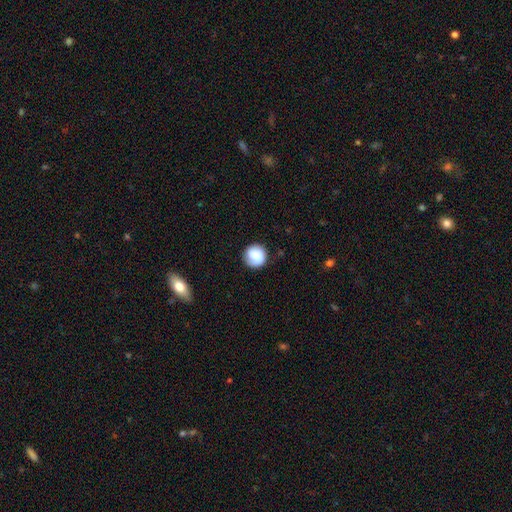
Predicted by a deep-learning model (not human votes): Morphology: type=smooth (81%); roundness=round (94%); merging=none (85%).